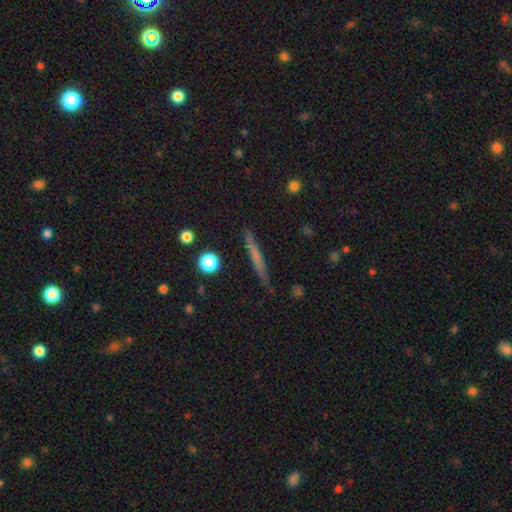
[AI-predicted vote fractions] This appears to be a smooth galaxy with no disk features (48%). Merging: none (87%).